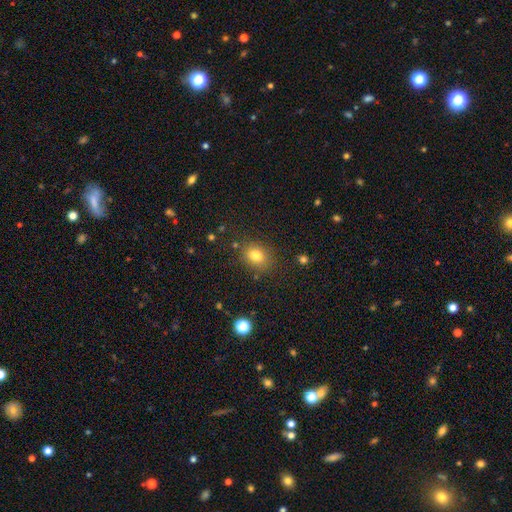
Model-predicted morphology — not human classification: The model was most divided on "how rounded": round: 55%, in between: 44%, cigar-shaped: 1%. More confident: merging — none (81%); smooth or featured — smooth (79%).